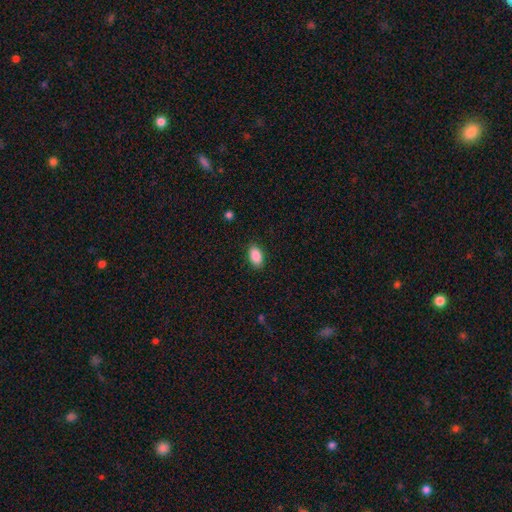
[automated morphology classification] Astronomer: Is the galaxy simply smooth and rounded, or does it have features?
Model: smooth — 89%.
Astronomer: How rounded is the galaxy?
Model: in between — 93%.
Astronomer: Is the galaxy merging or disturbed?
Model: none — 88%.